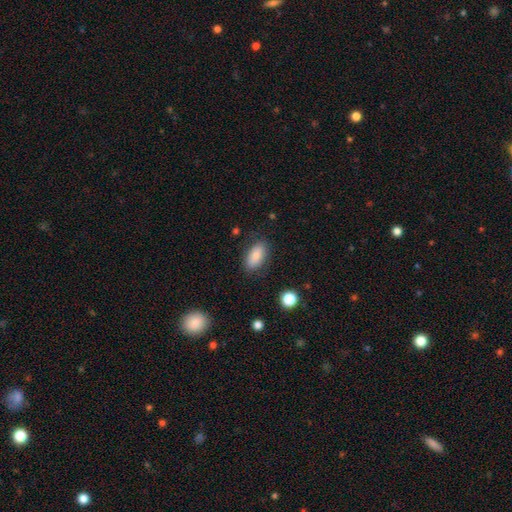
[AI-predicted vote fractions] Smooth or featured? Predicted: smooth (p=0.81). How rounded? Predicted: in between (p=0.91). Merging? Predicted: none (p=0.82).